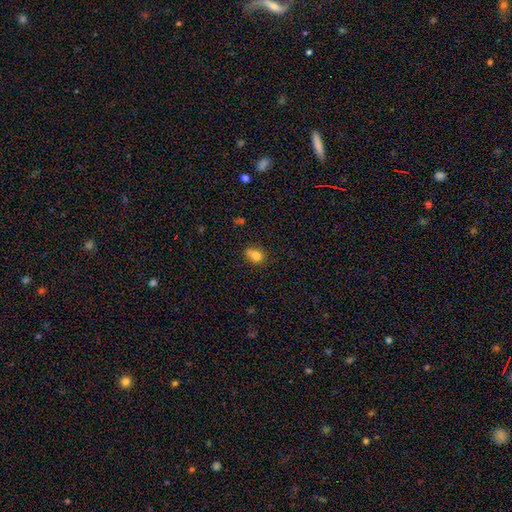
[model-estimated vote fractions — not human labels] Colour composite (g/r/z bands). It shows a smooth galaxy with no disk features (79%) that is round (51%). Merging: none (48%).